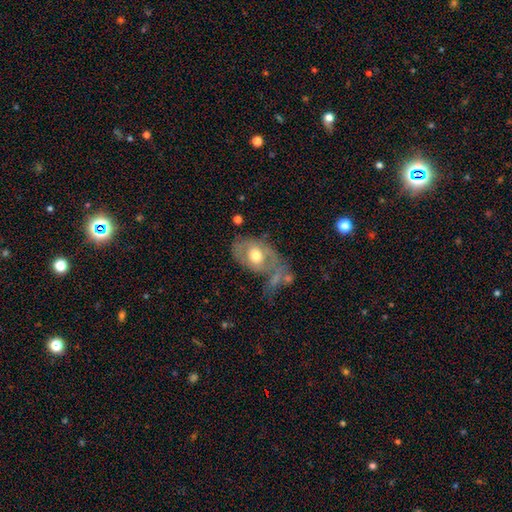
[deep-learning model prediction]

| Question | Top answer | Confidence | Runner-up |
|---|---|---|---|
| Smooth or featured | featured or disk | 54% | smooth (40%) |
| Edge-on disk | no | 94% | yes (6%) |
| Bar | no | 76% | weak (19%) |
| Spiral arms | no | 51% | yes (49%) |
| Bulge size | moderate | 73% | small (12%) |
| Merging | major disturbance | 37% | none (26%) |